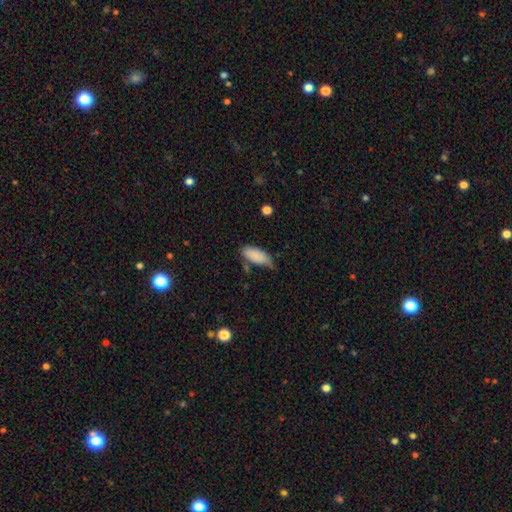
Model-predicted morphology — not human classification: Q: Smooth or featured?
A: smooth (87%); runner-up: star or artifact (7%)
Q: How rounded?
A: in between (88%); runner-up: cigar-shaped (10%)
Q: Merging?
A: none (52%); runner-up: minor disturbance (37%)